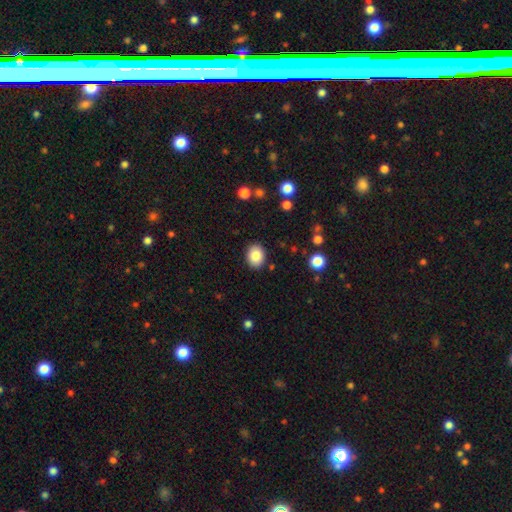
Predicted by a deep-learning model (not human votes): A smooth galaxy with no disk features (85%) that is in between round and cigar-shaped (55%).

Vote fractions:
- Smooth or featured? smooth: 85% / star or artifact: 8% / featured or disk: 7%
- How rounded? in between: 55% / round: 44% / cigar-shaped: 1%
- Merging? none: 88% / minor disturbance: 8% / major disturbance: 2% / merger: 1%